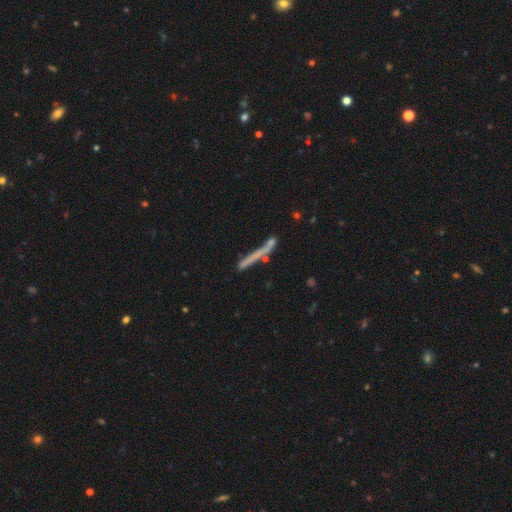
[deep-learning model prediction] Smooth or featured? Predicted: smooth (p=0.52). How rounded? Predicted: cigar-shaped (p=0.96). Merging? Predicted: none (p=0.72).